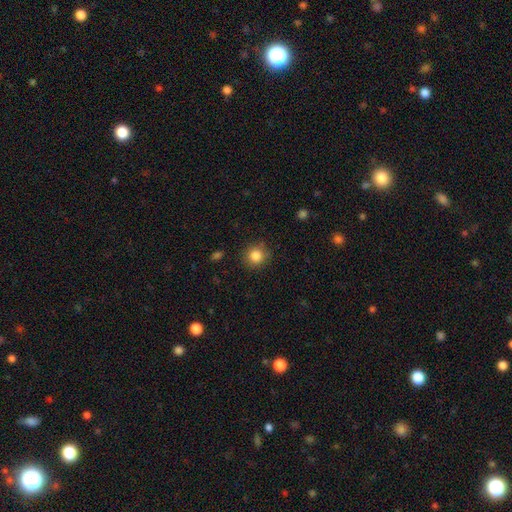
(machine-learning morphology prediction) Smooth or featured? smooth (85%)
How rounded? round (92%)
Merging? none (86%)